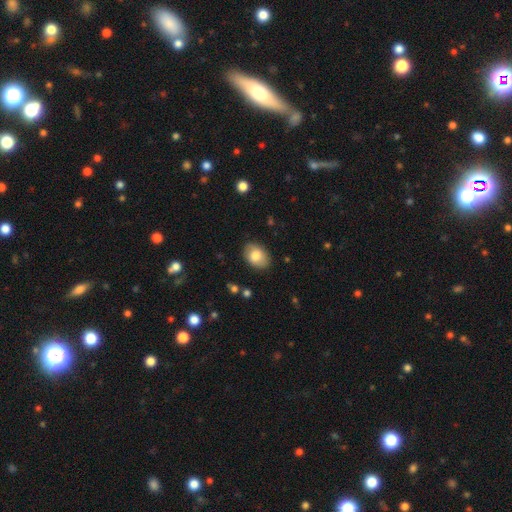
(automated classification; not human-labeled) smooth-or-featured: smooth: 78% | featured or disk: 15% | star or artifact: 7%
  how-rounded: in between: 84% | round: 15% | cigar-shaped: 1%
  merging: none: 85% | minor disturbance: 11% | major disturbance: 3% | merger: 1%